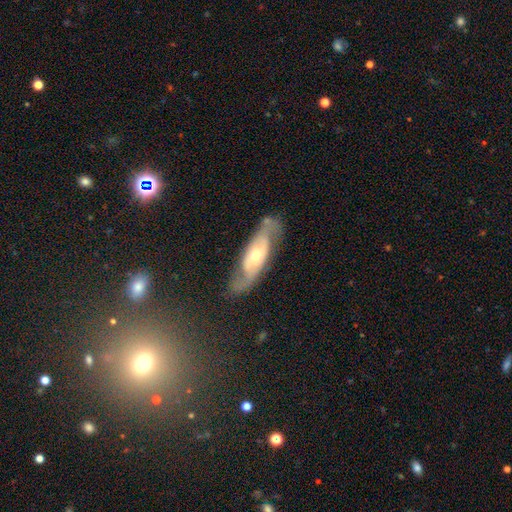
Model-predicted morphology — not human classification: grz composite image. It shows a featured or disk galaxy (73%) with no bar (63%), spiral arms (78%) and a moderate central bulge (53%). Merging: none (72%).